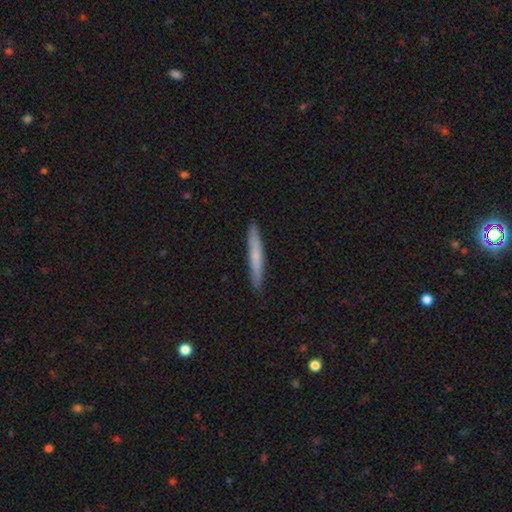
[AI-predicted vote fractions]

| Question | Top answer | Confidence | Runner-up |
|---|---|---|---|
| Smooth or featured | smooth | 63% | featured or disk (32%) |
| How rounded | cigar-shaped | 96% | in between (3%) |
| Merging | none | 91% | minor disturbance (6%) |